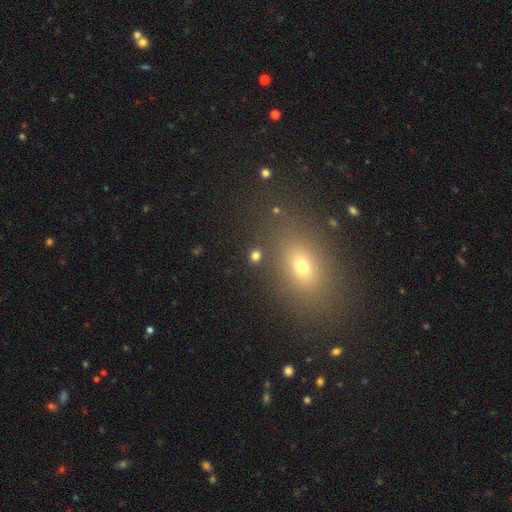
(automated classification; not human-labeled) Smooth or featured?
  - smooth: 75% *
  - star or artifact: 18%
  - featured or disk: 7%
How rounded?
  - round: 69% *
  - in between: 29%
  - cigar-shaped: 2%
Merging?
  - none: 84% *
  - minor disturbance: 7%
  - merger: 5%
  - major disturbance: 4%